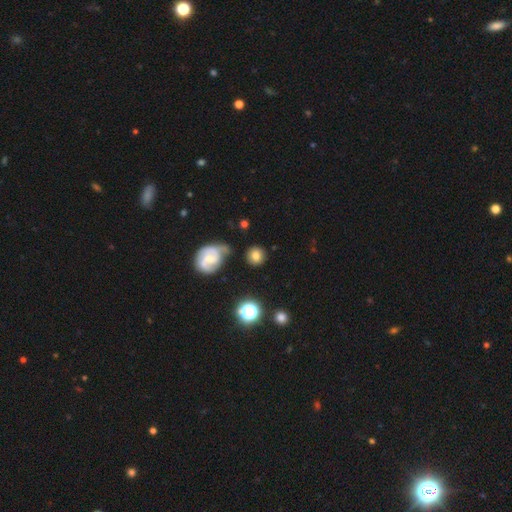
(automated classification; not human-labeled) smooth-or-featured: smooth: 72% | featured or disk: 17% | star or artifact: 10%
  how-rounded: round: 88% | in between: 11% | cigar-shaped: 1%
  merging: none: 74% | minor disturbance: 14% | merger: 6% | major disturbance: 5%